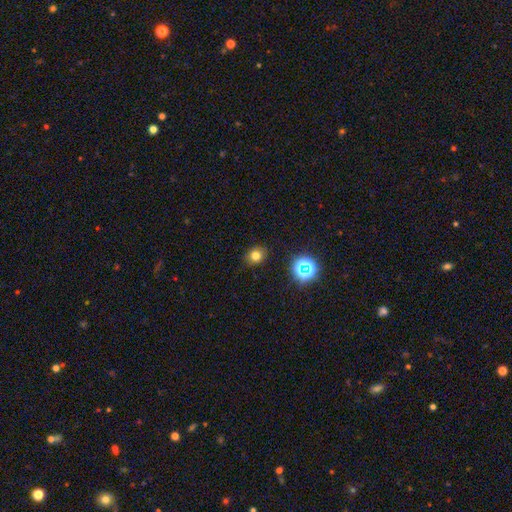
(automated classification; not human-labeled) Overall: smooth (74%). How rounded: round (64%; in between 35%). Merging: none (87%).